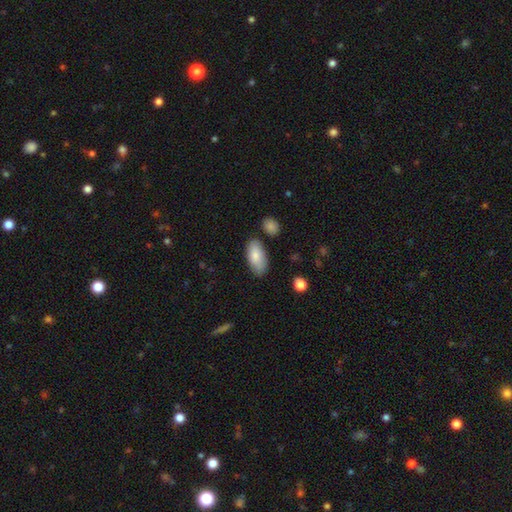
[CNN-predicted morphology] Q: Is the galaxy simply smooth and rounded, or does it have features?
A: smooth — 82%.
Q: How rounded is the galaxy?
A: in between — 92%.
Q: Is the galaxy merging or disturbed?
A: none — 75%.